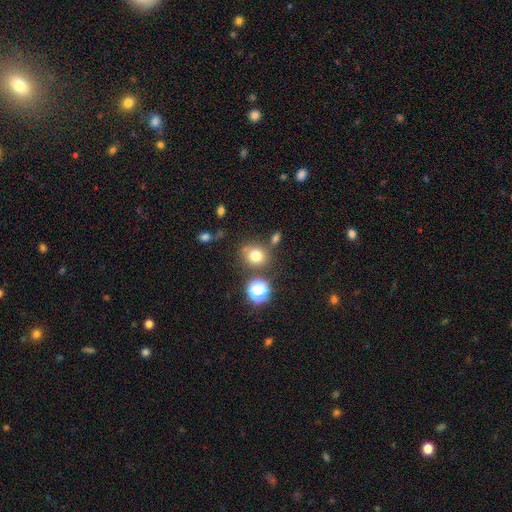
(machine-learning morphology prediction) A smooth galaxy with no disk features (75%) that is round (81%). Merging: none (72%).